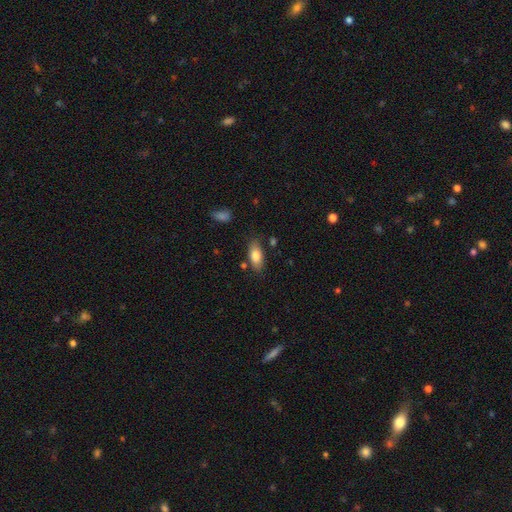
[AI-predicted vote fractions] The model was most divided on "merging": none: 78%, minor disturbance: 15%, merger: 4%, major disturbance: 3%. More confident: how rounded — in between (85%); smooth or featured — smooth (79%).